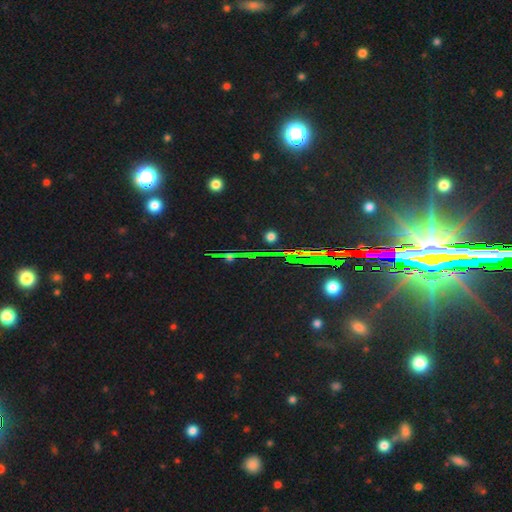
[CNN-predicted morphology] type=star or artifact (71%).